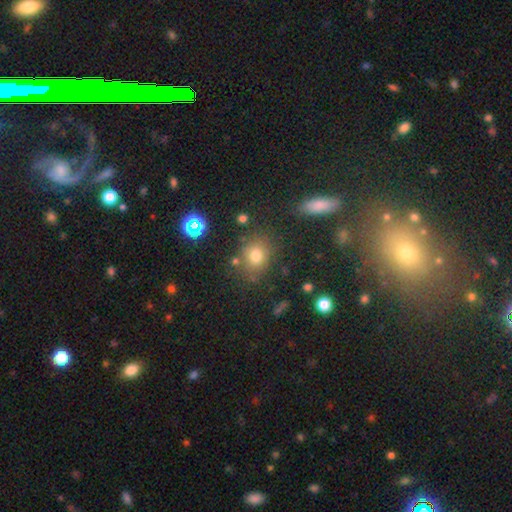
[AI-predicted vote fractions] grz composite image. It shows a smooth galaxy with no disk features (72%) that is round (62%). Merging: none (76%).